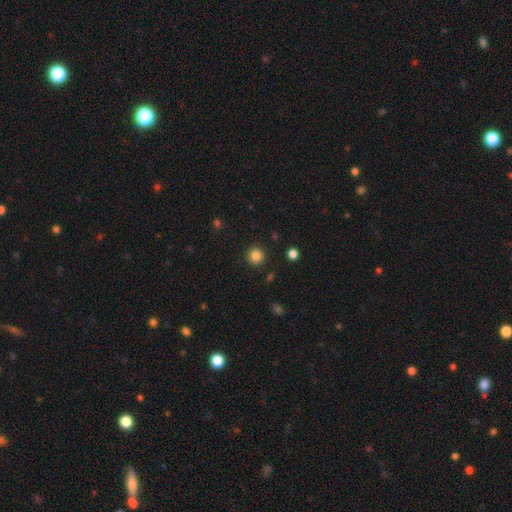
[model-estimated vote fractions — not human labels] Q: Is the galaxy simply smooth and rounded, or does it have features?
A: smooth — 84%.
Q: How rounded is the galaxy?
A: round — 94%.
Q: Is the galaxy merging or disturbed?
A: none — 91%.